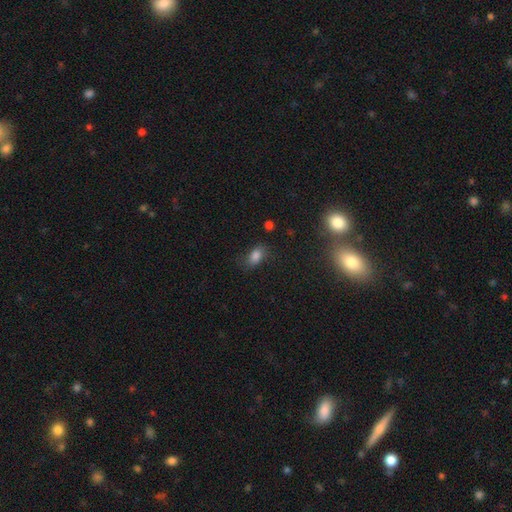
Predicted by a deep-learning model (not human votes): Overall: smooth (81%). How rounded: in between (86%). Merging: none (70%).